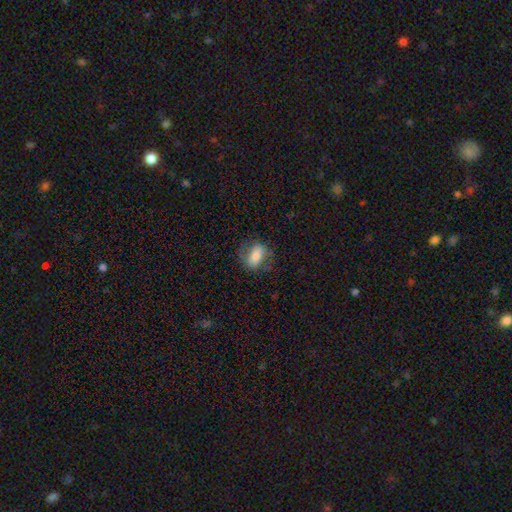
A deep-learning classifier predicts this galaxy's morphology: A smooth galaxy with no disk features (66%) that is in between round and cigar-shaped (82%).

Vote fractions:
- Smooth or featured? smooth: 66% / featured or disk: 26% / star or artifact: 8%
- How rounded? in between: 82% / round: 14% / cigar-shaped: 4%
- Merging? none: 68% / minor disturbance: 19% / major disturbance: 12% / merger: 1%